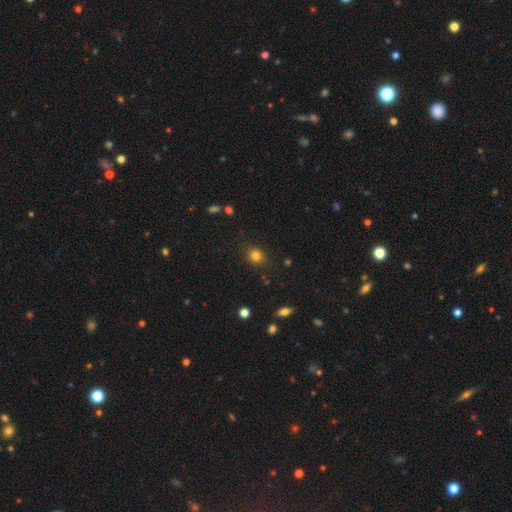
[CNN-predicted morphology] smooth-or-featured: smooth: 82% | star or artifact: 12% | featured or disk: 6%
  how-rounded: round: 72% | in between: 27% | cigar-shaped: 1%
  merging: none: 86% | minor disturbance: 10% | major disturbance: 3% | merger: 2%